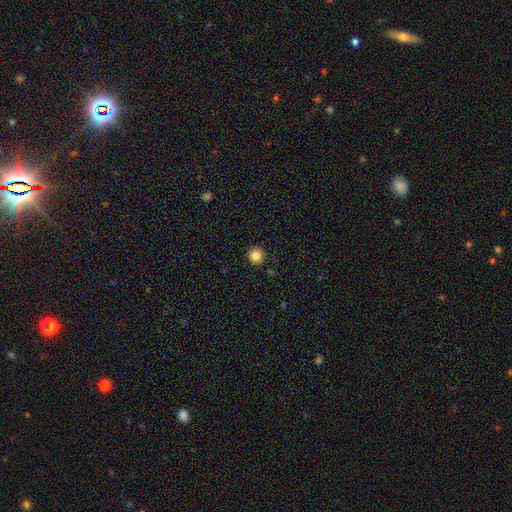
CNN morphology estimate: smooth 85%, star or artifact 11%, featured or disk 5%. Down the decision tree: how rounded — round (95%); merging — none (91%).